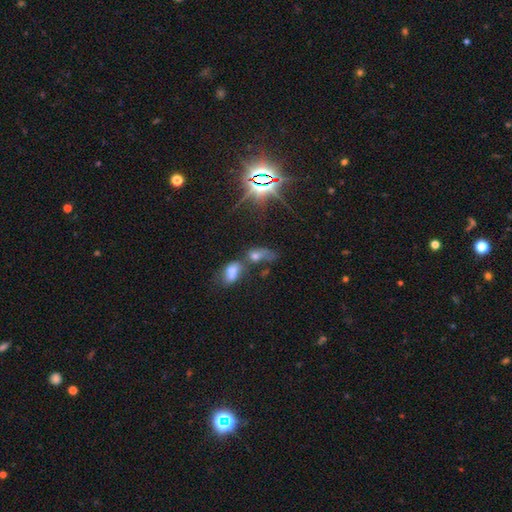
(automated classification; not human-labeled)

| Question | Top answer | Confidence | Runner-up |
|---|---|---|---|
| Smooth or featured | smooth | 48% | star or artifact (30%) |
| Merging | merger | 61% | none (18%) |